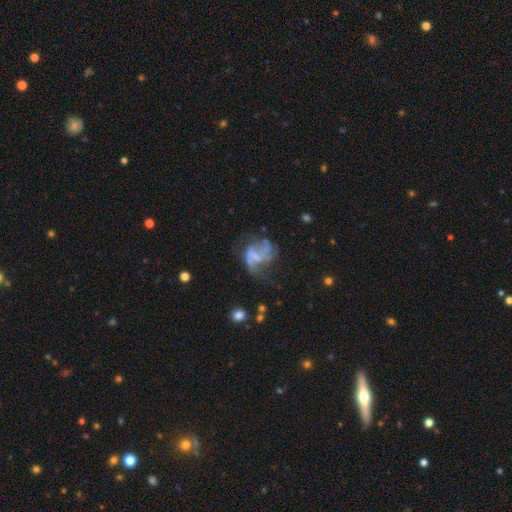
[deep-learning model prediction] Smooth or featured? featured or disk (64%)
Edge-on disk? no (98%)
Bar? no (57%)
Spiral arms? yes (61%)
Bulge size? none (42%)
Merging? major disturbance (40%)